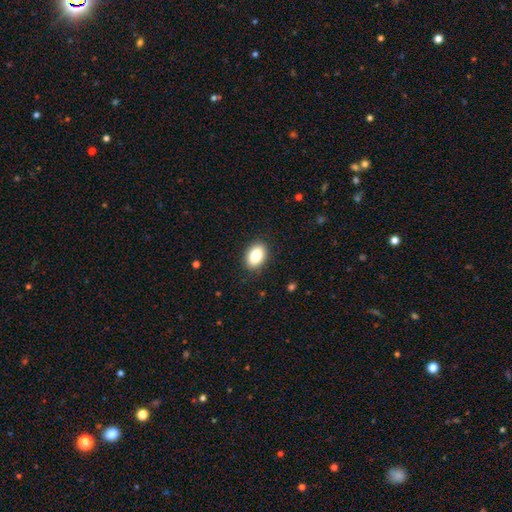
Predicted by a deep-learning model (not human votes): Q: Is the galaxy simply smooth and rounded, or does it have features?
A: smooth — 85%.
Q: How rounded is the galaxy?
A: in between — 83%.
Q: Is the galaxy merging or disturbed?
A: none — 88%.